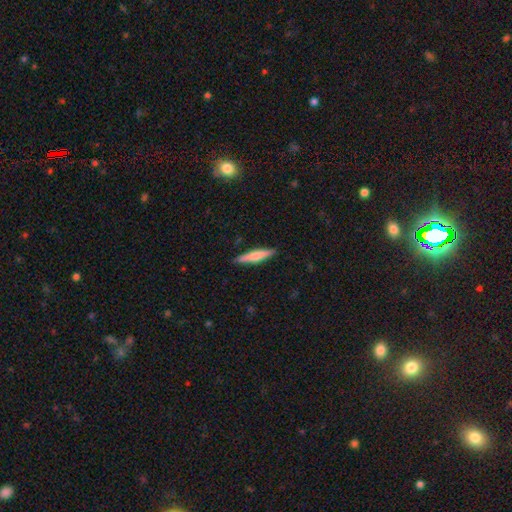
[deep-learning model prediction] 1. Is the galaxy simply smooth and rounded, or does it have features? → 58% smooth, 36% featured or disk, 5% star or artifact.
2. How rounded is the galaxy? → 89% cigar-shaped, 9% in between, 2% round.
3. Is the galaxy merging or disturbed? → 90% none, 8% minor disturbance, 2% major disturbance, 1% merger.